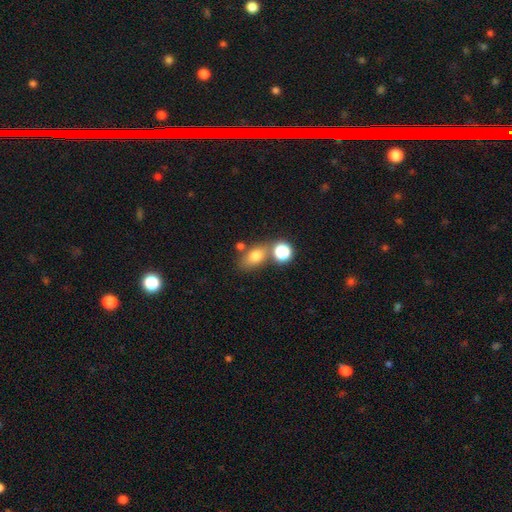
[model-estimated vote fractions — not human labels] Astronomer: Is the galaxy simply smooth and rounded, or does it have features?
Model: smooth — 74%.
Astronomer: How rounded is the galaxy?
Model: in between — 74%.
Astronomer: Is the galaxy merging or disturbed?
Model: none — 58%.